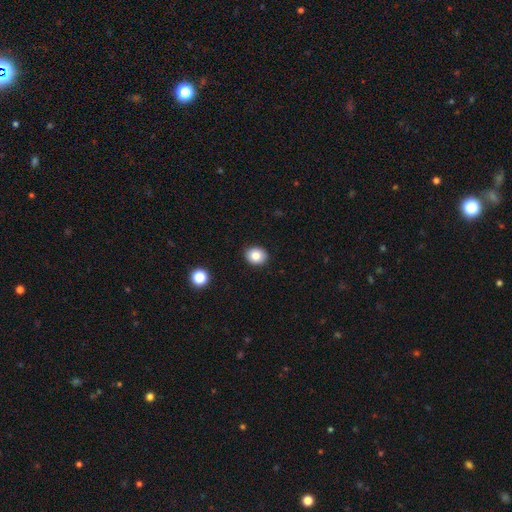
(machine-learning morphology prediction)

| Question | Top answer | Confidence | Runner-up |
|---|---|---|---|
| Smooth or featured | smooth | 84% | star or artifact (10%) |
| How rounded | round | 67% | in between (32%) |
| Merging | none | 91% | minor disturbance (6%) |